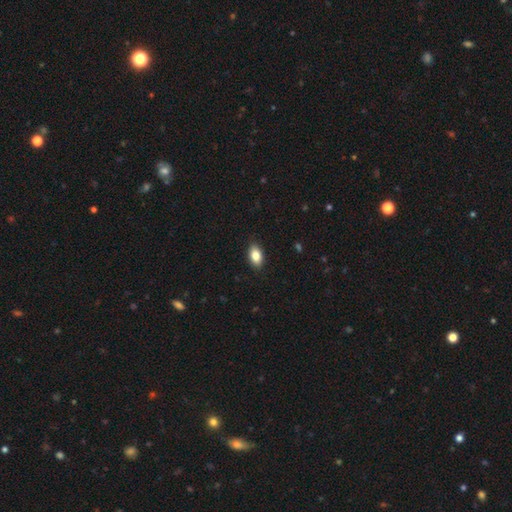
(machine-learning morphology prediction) This is clearly a smooth galaxy (83%). How rounded: clearly in between (90%). Merging: clearly none (89%).